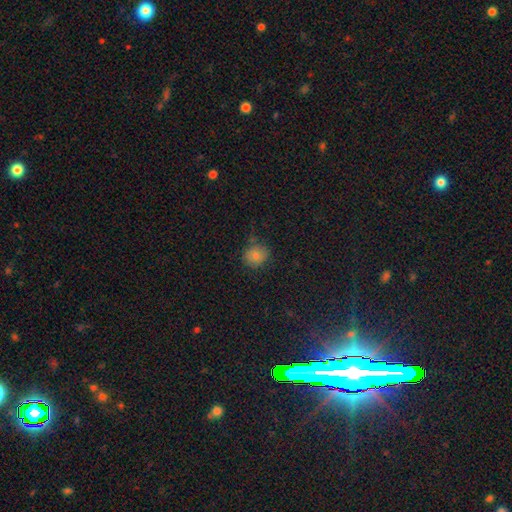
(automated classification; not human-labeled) This is likely a smooth galaxy (79%). How rounded: likely round (80%). Merging: likely none (76%).